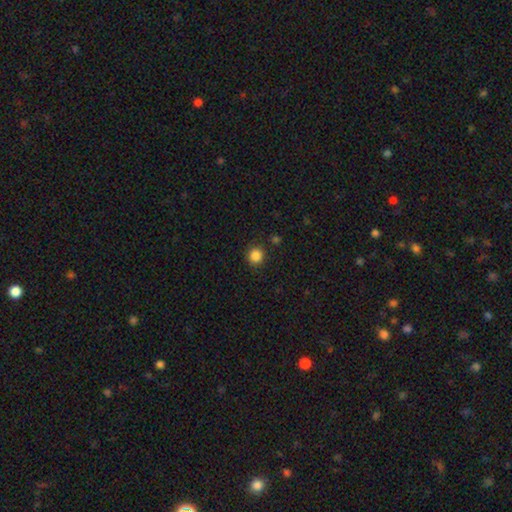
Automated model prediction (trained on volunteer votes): Morphology: type=smooth (85%); roundness=round (93%); merging=none (89%).